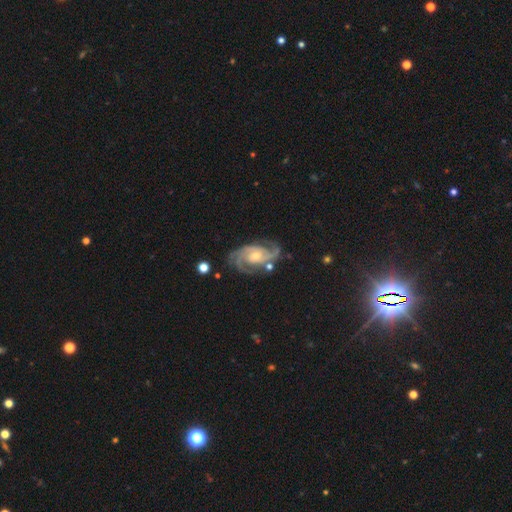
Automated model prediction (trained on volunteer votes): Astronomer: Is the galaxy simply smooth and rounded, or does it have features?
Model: featured or disk — 92%.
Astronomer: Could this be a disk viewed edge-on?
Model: no — 97%.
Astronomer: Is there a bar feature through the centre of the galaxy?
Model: no — 54% (runner-up: weak, 34%).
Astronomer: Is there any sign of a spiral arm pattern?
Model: yes — 99%.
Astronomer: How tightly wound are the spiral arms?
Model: tight — 48% (runner-up: medium, 44%).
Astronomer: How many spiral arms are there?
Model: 2 — 43% (runner-up: 3, 35%).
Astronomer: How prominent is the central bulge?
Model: small — 49% (runner-up: moderate, 45%).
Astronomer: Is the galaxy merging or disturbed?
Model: none — 73%.